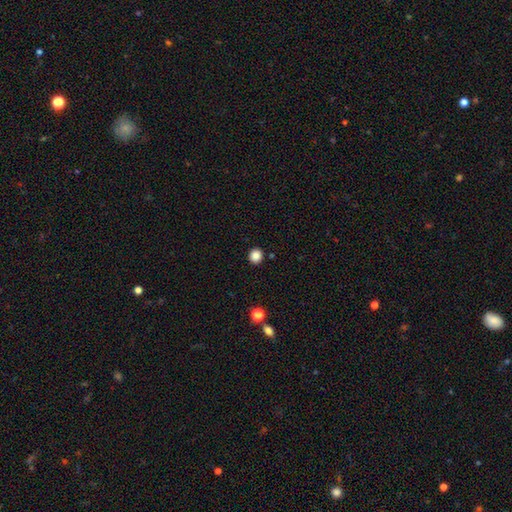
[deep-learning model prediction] Q: Smooth or featured?
A: smooth (86%); runner-up: star or artifact (11%)
Q: How rounded?
A: round (89%); runner-up: in between (10%)
Q: Merging?
A: none (92%); runner-up: minor disturbance (5%)